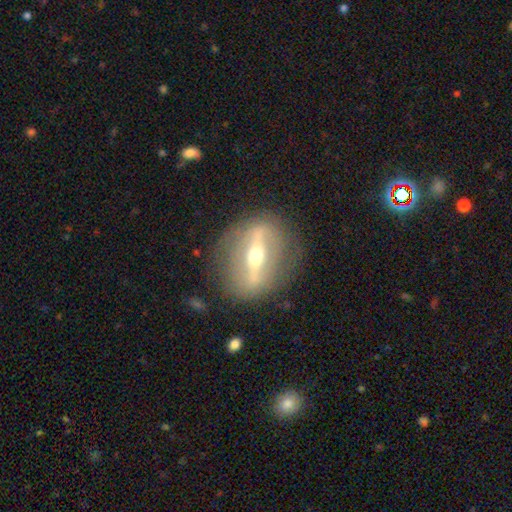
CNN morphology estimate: Smooth or featured: featured or disk — 79% (smooth — 14%)
Edge-on disk: no — 57% (yes — 43%)
Merging: none — 80% (minor disturbance — 12%)